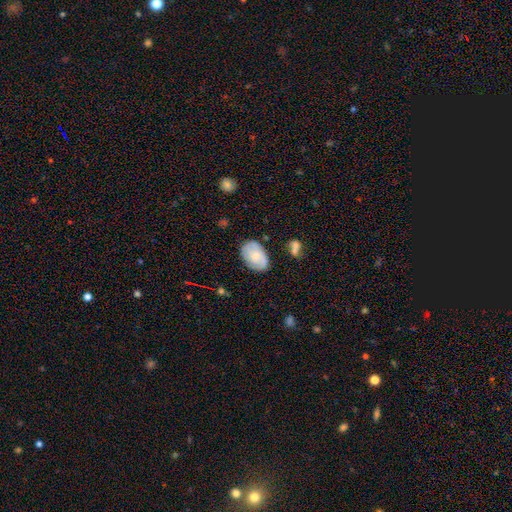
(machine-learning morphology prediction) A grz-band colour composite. It shows a smooth galaxy with no disk features (49%). Merging: none (74%).